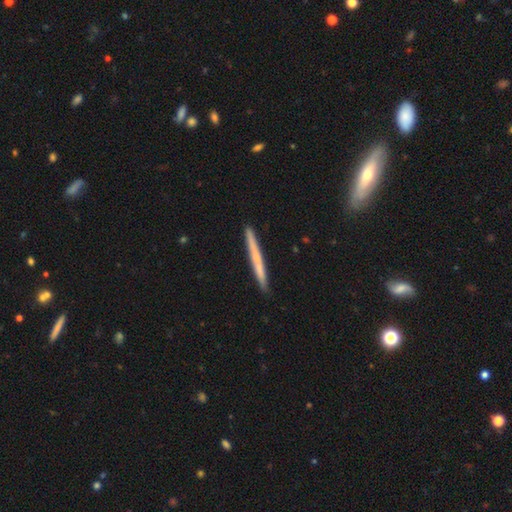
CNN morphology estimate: Overall: smooth (52%; featured or disk 43%). How rounded: cigar-shaped (97%). Merging: none (91%).